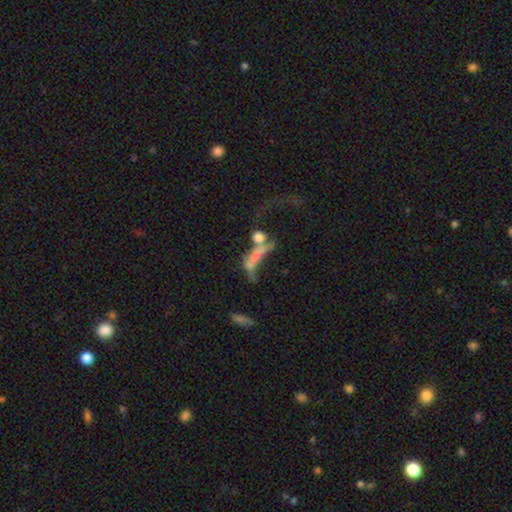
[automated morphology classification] smooth_or_featured: smooth (p=0.44) [alt: featured or disk p=0.39]
merging: merger (p=0.42) [alt: major disturbance p=0.34]